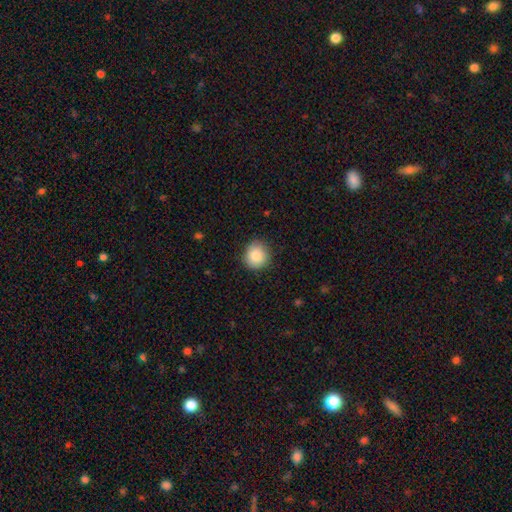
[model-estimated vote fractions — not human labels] Overall: smooth (87%). How rounded: round (86%). Merging: none (88%).